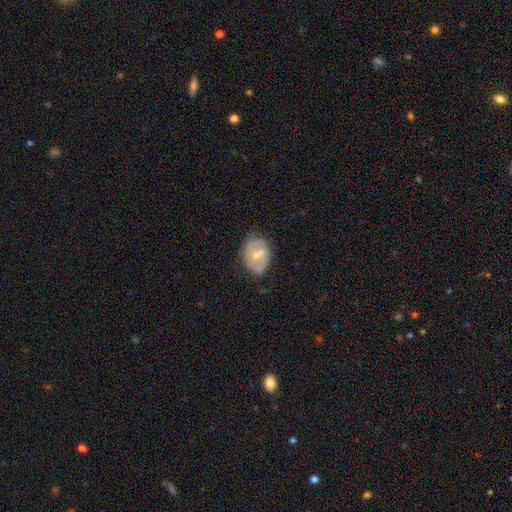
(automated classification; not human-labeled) Overall: featured or disk (54%; smooth 39%). Edge-on disk: no (95%). Bar: weak (45%; no 35%). Spiral arms: no (54%; yes 46%). Bulge size: small (50%; moderate 44%). Merging: none (57%; minor disturbance 28%).